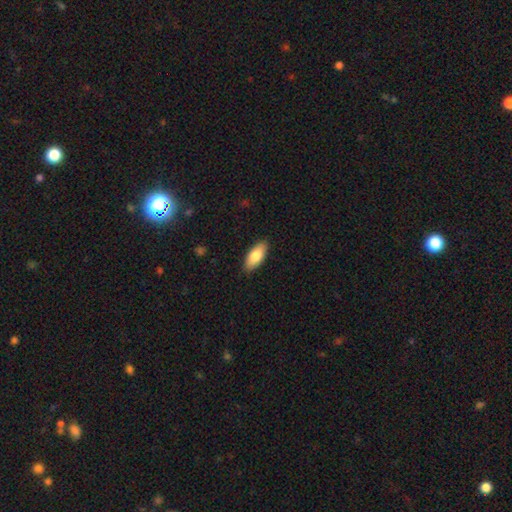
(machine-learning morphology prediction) Smooth or featured?
  - smooth: 82% *
  - featured or disk: 12%
  - star or artifact: 6%
How rounded?
  - in between: 87% *
  - cigar-shaped: 11%
  - round: 2%
Merging?
  - none: 89% *
  - minor disturbance: 9%
  - major disturbance: 2%
  - merger: 1%